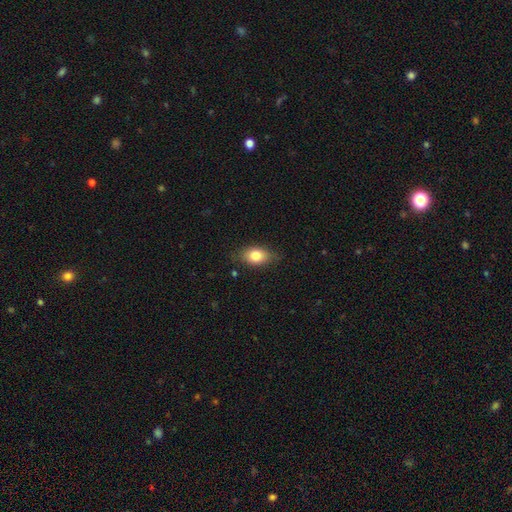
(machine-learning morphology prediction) Smooth or featured? smooth (79%)
How rounded? in between (82%)
Merging? none (78%)